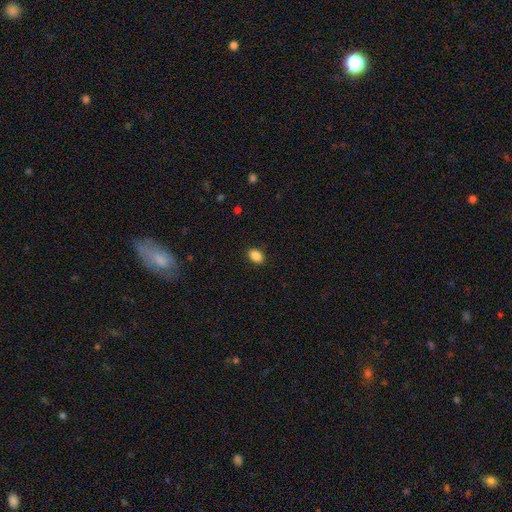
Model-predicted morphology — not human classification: A smooth galaxy with no disk features (88%) that is in between round and cigar-shaped (80%).

Vote fractions:
- Smooth or featured? smooth: 88% / star or artifact: 9% / featured or disk: 3%
- How rounded? in between: 80% / round: 19% / cigar-shaped: 1%
- Merging? none: 90% / minor disturbance: 7% / major disturbance: 2% / merger: 1%